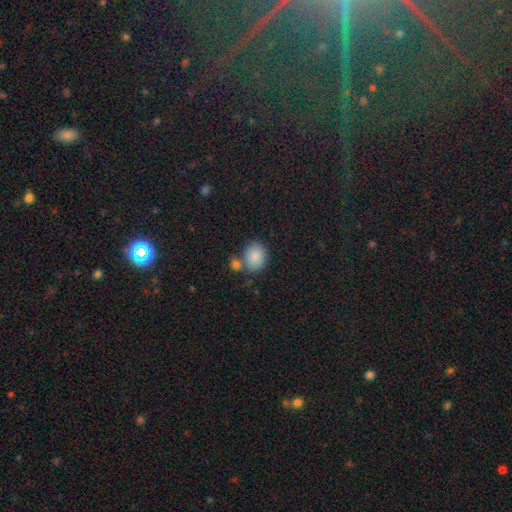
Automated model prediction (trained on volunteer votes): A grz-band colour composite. It shows a smooth galaxy with no disk features (86%) that is round (50%). Merging: none (61%).